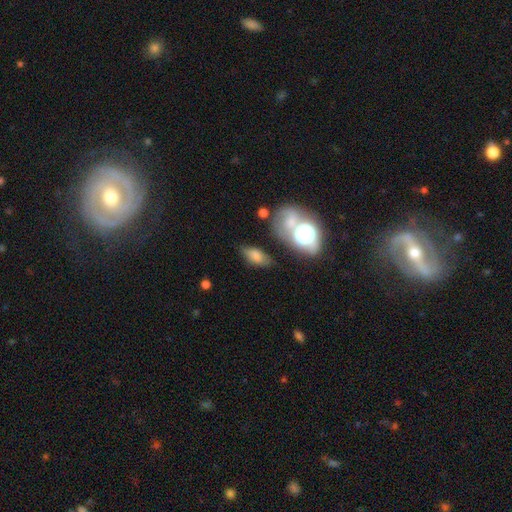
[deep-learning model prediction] A smooth galaxy with no disk features (69%) that is in between round and cigar-shaped (85%). Merging: none (65%).